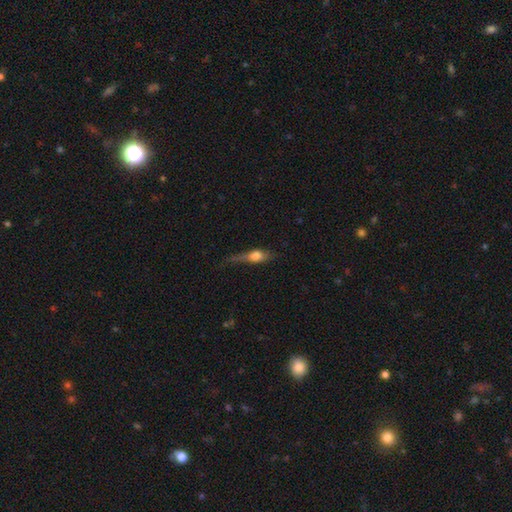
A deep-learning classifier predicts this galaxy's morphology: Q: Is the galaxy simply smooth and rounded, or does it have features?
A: smooth — 58%.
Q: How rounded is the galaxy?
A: in between — 52%.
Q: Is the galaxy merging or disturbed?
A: none — 38%.